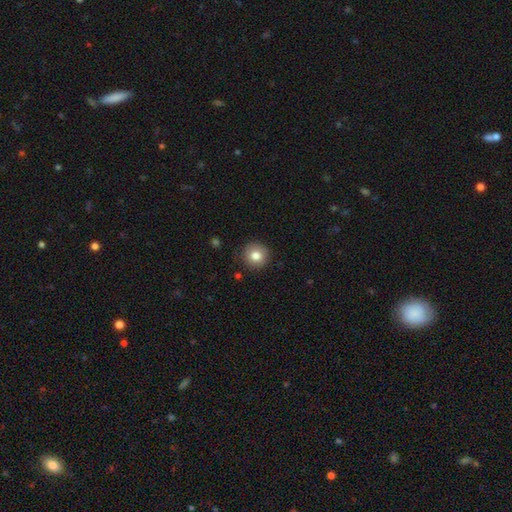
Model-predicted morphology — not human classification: A smooth galaxy with no disk features (82%) that is round (93%). Merging: none (88%).